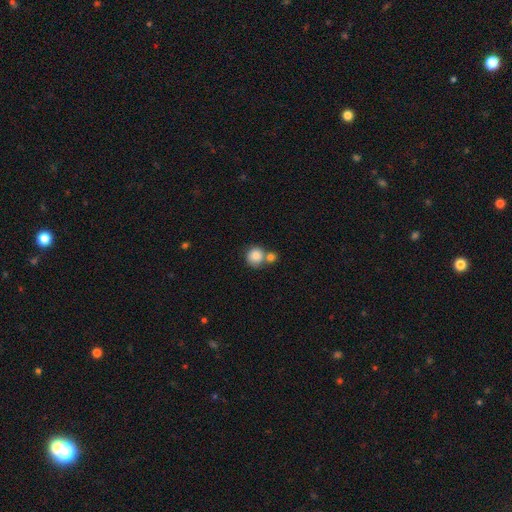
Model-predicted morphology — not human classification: This appears to be a smooth galaxy with no disk features (84%) that is round (90%). Merging: none (49%).